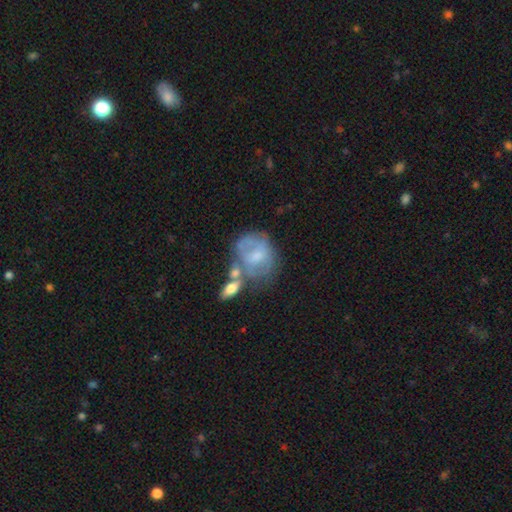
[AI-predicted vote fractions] A featured or disk galaxy (51%). Merging: none (36%).